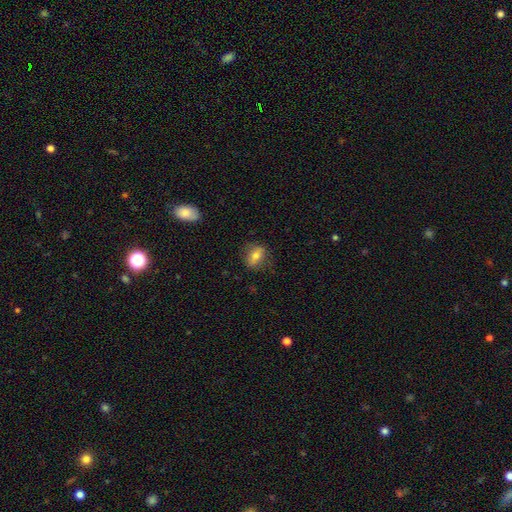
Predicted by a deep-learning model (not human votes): Overall: smooth (60%; featured or disk 30%). How rounded: in between (59%; round 37%). Merging: none (78%).